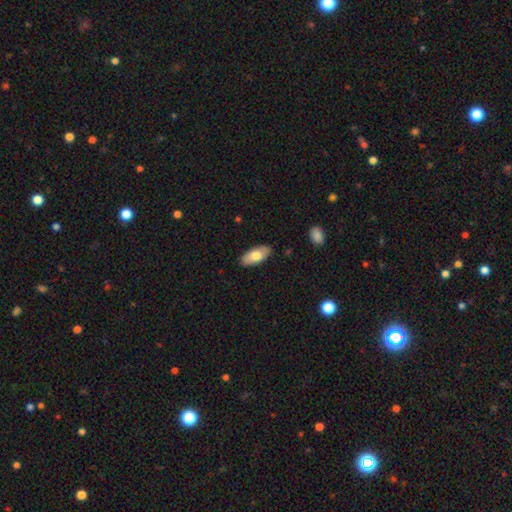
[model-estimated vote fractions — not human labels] This is likely a smooth galaxy (72%). How rounded: clearly in between (91%). Merging: clearly none (87%).